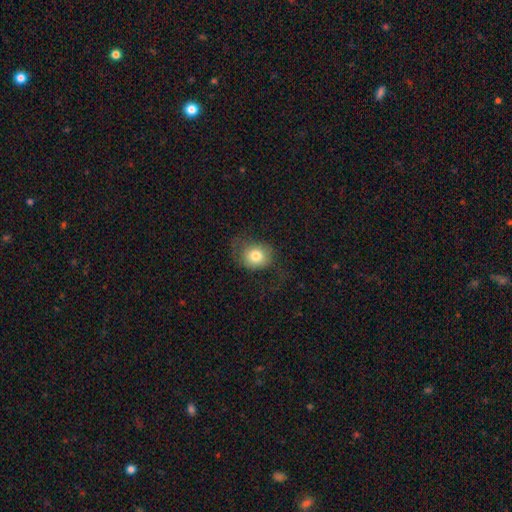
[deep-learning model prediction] The model was most divided on "merging": none: 51%, major disturbance: 24%, minor disturbance: 23%, merger: 1%. More confident: smooth or featured — smooth (75%); how rounded — round (64%).